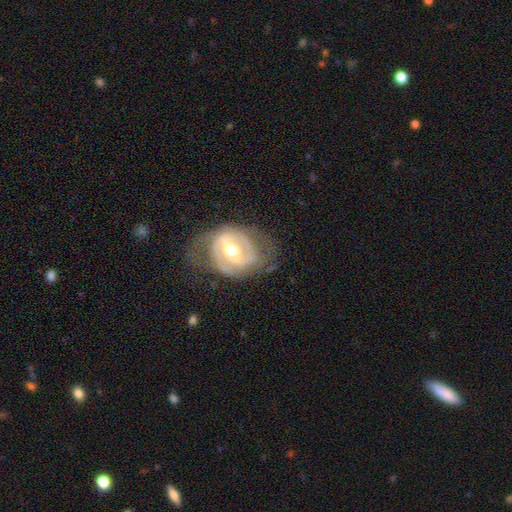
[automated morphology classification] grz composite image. It shows a featured or disk galaxy (82%) with a strong bar (39%), 2 (62%) tight (45%) spiral arms (80%) and a moderate central bulge (68%). Merging: none (59%).